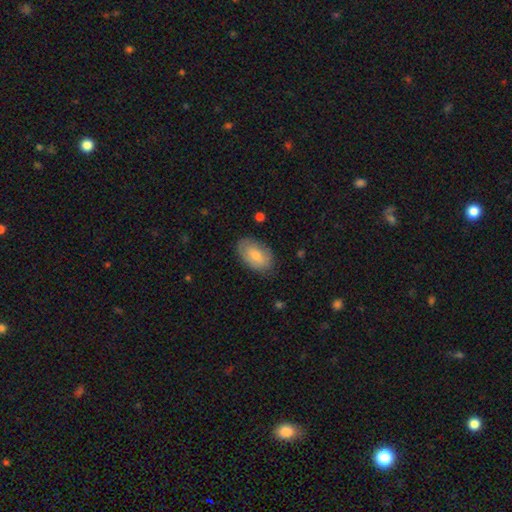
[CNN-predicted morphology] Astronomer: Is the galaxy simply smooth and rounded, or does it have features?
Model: smooth — 71%.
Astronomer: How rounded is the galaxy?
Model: in between — 93%.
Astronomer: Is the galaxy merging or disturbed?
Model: none — 79%.